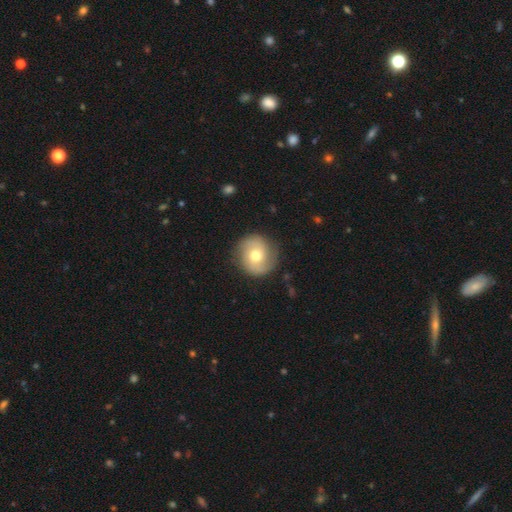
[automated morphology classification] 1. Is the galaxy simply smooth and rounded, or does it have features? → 51% featured or disk, 41% smooth, 8% star or artifact.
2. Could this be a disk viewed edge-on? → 97% no, 3% yes.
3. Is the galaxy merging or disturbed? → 82% none, 13% minor disturbance, 4% major disturbance, 1% merger.